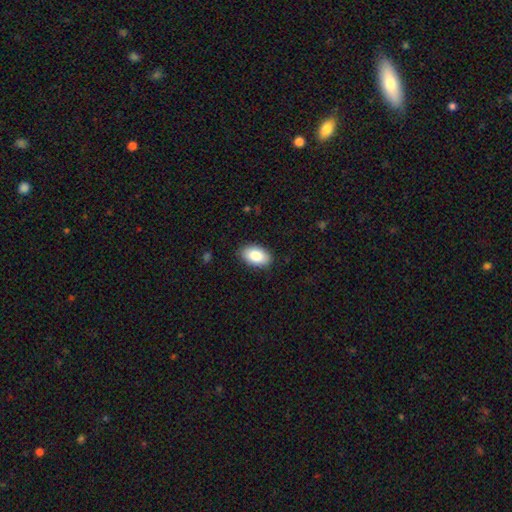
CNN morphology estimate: type=smooth (87%); roundness=in between (94%); merging=none (87%).